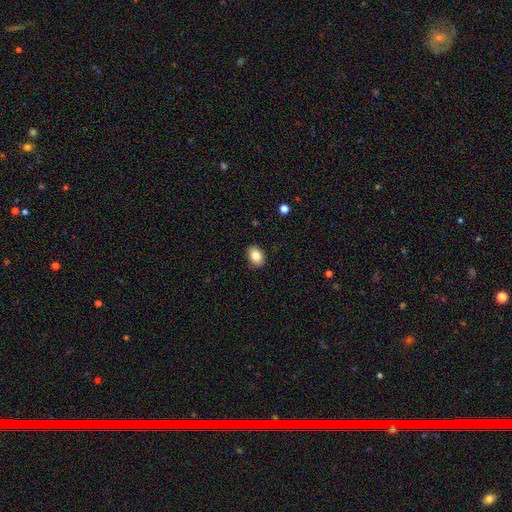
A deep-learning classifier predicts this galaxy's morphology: This is clearly a smooth galaxy (84%). How rounded: likely in between (79%). Merging: clearly none (88%).